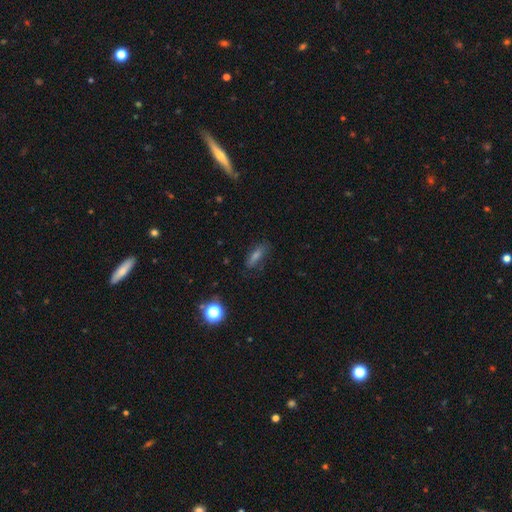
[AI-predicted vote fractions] A smooth galaxy with no disk features (54%) that is cigar-shaped (49%).

Vote fractions:
- Smooth or featured? smooth: 54% / featured or disk: 25% / star or artifact: 21%
- How rounded? cigar-shaped: 49% / in between: 44% / round: 7%
- Merging? none: 77% / minor disturbance: 16% / major disturbance: 5% / merger: 2%